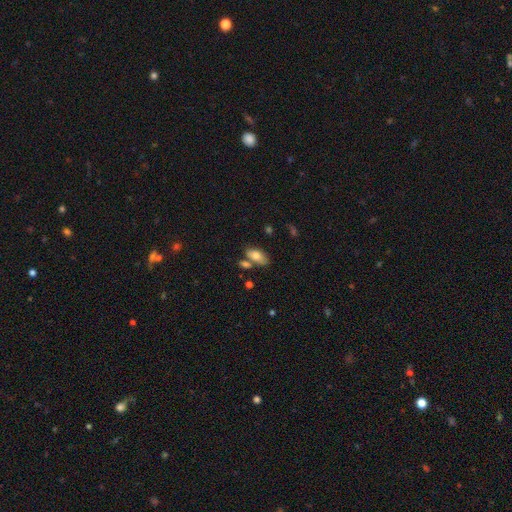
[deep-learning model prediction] Smooth or featured?
  - smooth: 76% *
  - featured or disk: 16%
  - star or artifact: 7%
How rounded?
  - in between: 91% *
  - cigar-shaped: 6%
  - round: 3%
Merging?
  - none: 58% *
  - merger: 21%
  - minor disturbance: 16%
  - major disturbance: 5%